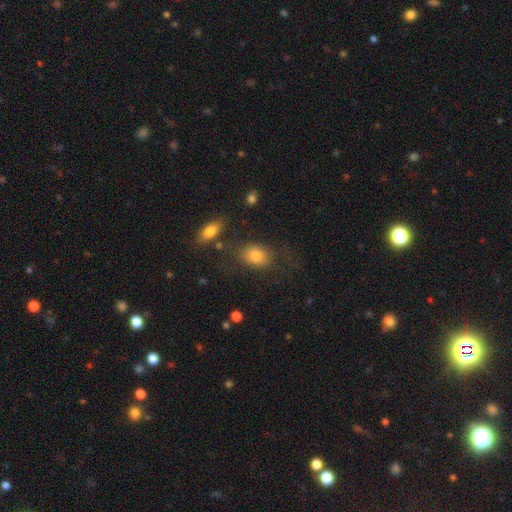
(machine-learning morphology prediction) Overall: smooth (80%). How rounded: in between (70%). Merging: none (65%).